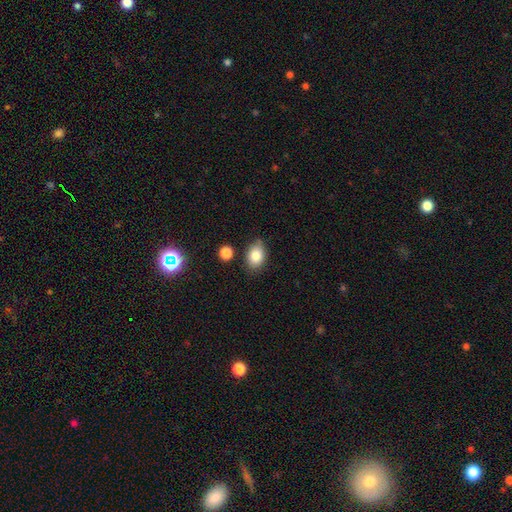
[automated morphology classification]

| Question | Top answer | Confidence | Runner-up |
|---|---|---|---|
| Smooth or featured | smooth | 83% | star or artifact (9%) |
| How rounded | in between | 77% | round (22%) |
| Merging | none | 79% | minor disturbance (14%) |